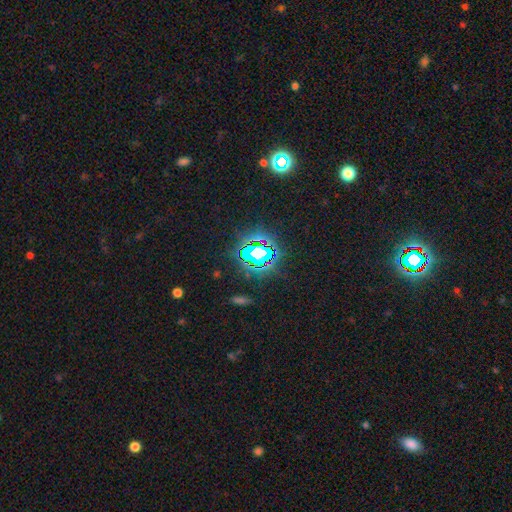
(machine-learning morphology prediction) A star or artifact, not a galaxy (76%).

Vote fractions:
- Smooth or featured? star or artifact: 76% / smooth: 14% / featured or disk: 10%